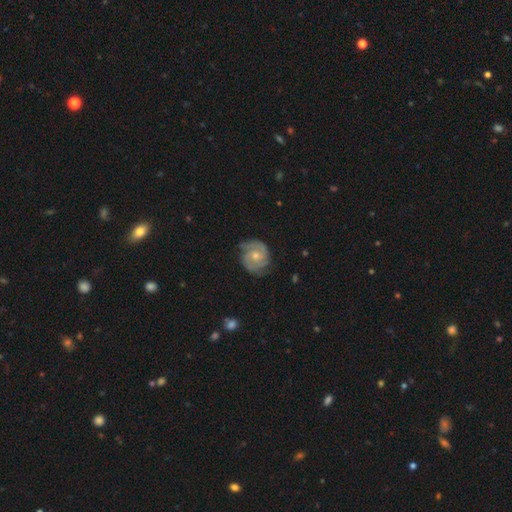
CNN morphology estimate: A featured or disk galaxy (79%) with no bar (64%), 2 (69%) tight (52%) spiral arms (95%) and a moderate central bulge (54%).

Vote fractions:
- Smooth or featured? featured or disk: 79% / smooth: 15% / star or artifact: 5%
- Edge-on disk? no: 98% / yes: 2%
- Bar? no: 64% / weak: 31% / strong: 5%
- Spiral arms? yes: 95% / no: 5%
- Spiral winding? tight: 52% / medium: 38% / loose: 10%
- Spiral arm count? 2: 69% / can't tell: 13% / 3: 10% / 1: 3% / 4: 2% / more than 4: 2%
- Bulge size? moderate: 54% / small: 40% / none: 2% / large: 2% / dominant: 1%
- Merging? none: 71% / minor disturbance: 21% / major disturbance: 7% / merger: 1%